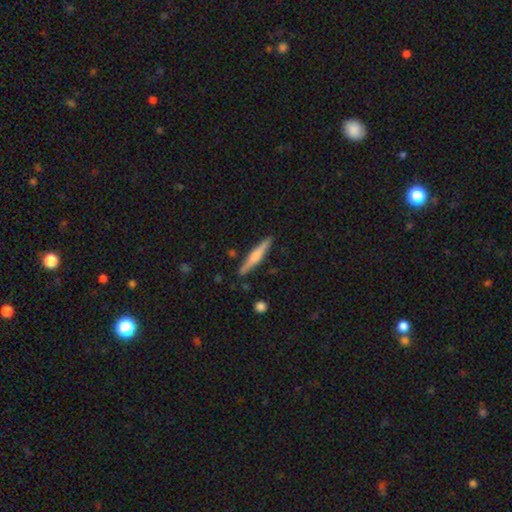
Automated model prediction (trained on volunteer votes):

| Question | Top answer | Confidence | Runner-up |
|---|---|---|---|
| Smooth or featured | featured or disk | 47% | tied: smooth (47%) |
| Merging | none | 88% | minor disturbance (8%) |